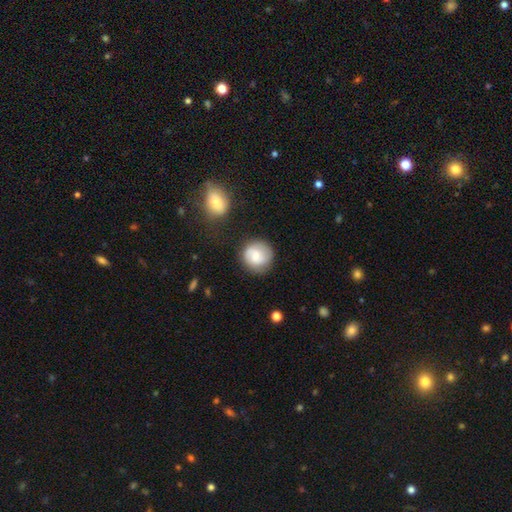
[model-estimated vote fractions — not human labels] Morphology: type=smooth (61%); roundness=round (90%); merging=none (77%).